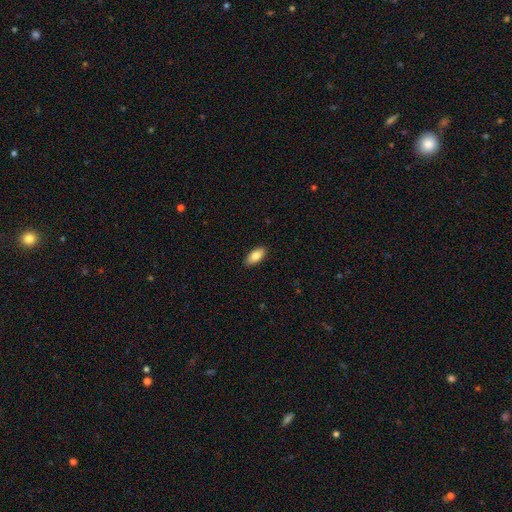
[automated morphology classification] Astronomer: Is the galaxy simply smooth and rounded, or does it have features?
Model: smooth — 82%.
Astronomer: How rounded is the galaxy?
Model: in between — 90%.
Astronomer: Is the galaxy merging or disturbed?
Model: none — 89%.